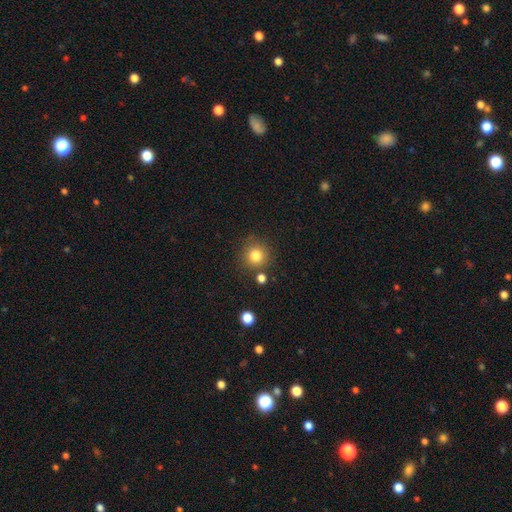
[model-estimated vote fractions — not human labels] Smooth or featured?
  - smooth: 81% *
  - star or artifact: 12%
  - featured or disk: 6%
How rounded?
  - round: 92% *
  - in between: 7%
  - cigar-shaped: 1%
Merging?
  - none: 80% *
  - minor disturbance: 10%
  - merger: 7%
  - major disturbance: 3%